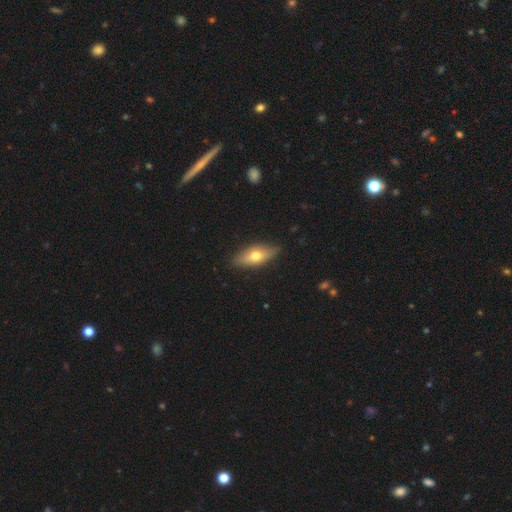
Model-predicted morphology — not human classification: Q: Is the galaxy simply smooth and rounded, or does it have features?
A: smooth — 58%.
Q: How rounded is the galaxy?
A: in between — 72%.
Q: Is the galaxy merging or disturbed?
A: none — 84%.